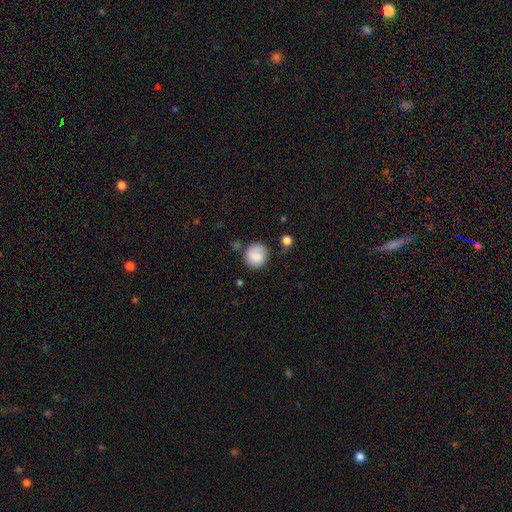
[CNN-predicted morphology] Smooth or featured? smooth (82%)
How rounded? round (85%)
Merging? none (68%)